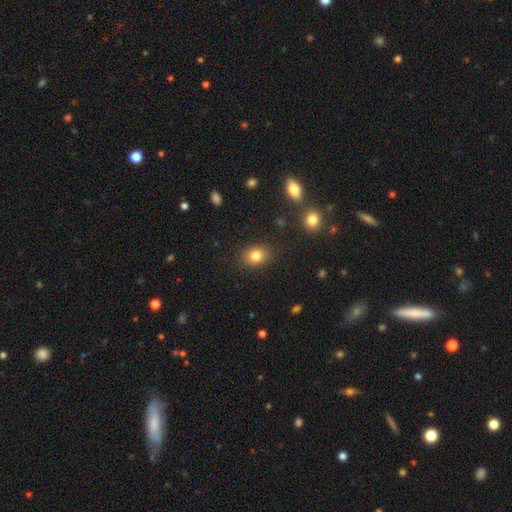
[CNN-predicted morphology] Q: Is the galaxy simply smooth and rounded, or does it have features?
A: smooth — 82%.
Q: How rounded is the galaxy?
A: in between — 54%.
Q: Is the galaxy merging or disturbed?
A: none — 85%.